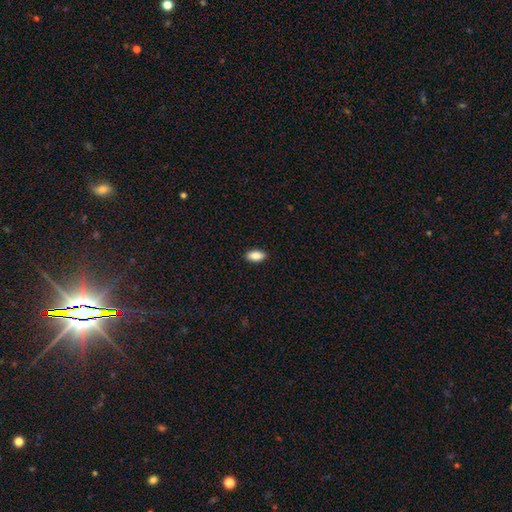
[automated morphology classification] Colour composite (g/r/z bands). It shows a smooth galaxy with no disk features (87%) that is in between round and cigar-shaped (90%). Merging: none (90%).